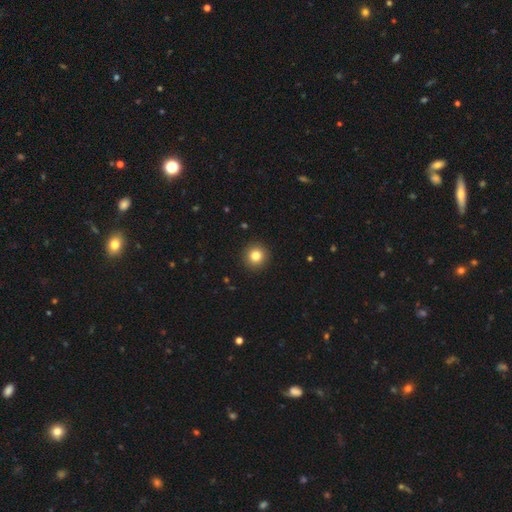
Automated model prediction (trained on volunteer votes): Morphology: type=smooth (82%); roundness=round (95%); merging=none (93%).